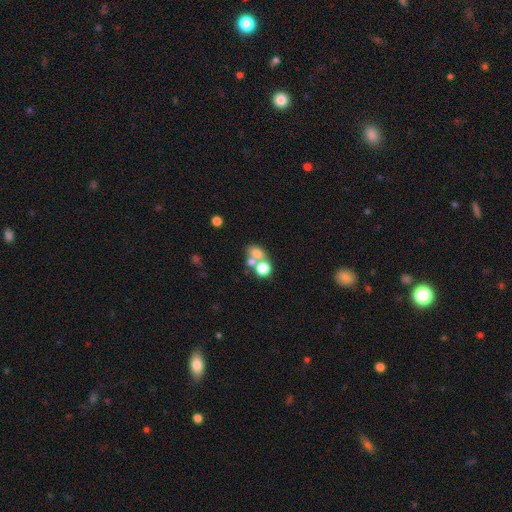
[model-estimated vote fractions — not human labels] Smooth or featured: smooth — 68% (featured or disk — 18%)
How rounded: round — 55% (in between — 43%)
Merging: merger — 53% (none — 34%)